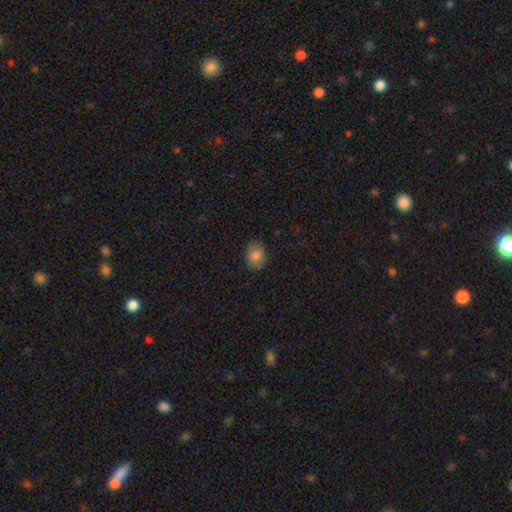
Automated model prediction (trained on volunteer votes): smooth 82%, featured or disk 10%, star or artifact 9%. Down the decision tree: how rounded — in between (55%); merging — none (83%).